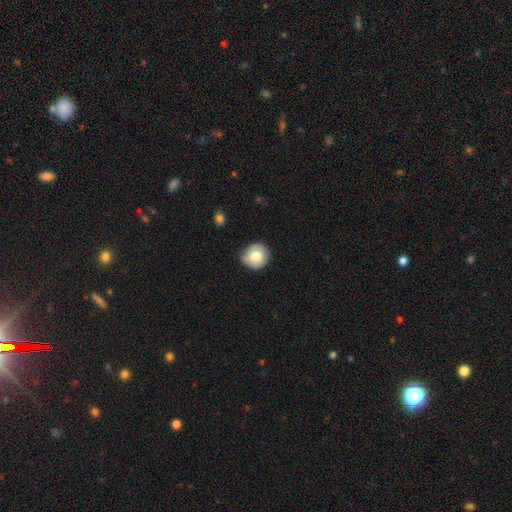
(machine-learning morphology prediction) The model was most divided on "merging": none: 72%, minor disturbance: 23%, major disturbance: 4%, merger: 2%. More confident: how rounded — round (88%); smooth or featured — smooth (71%).